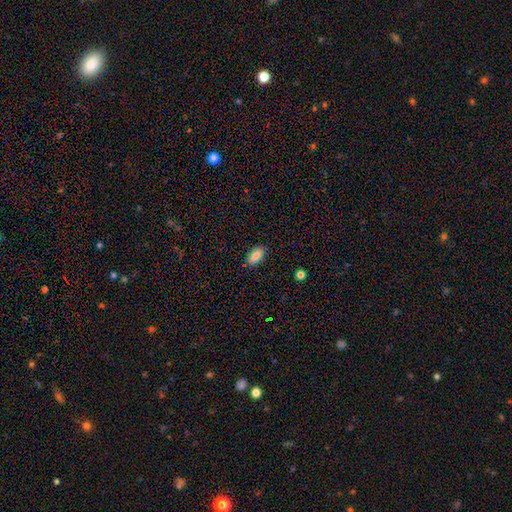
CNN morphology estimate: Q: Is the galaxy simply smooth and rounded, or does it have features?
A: smooth — 86%.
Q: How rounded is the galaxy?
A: in between — 91%.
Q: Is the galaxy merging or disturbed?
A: none — 87%.